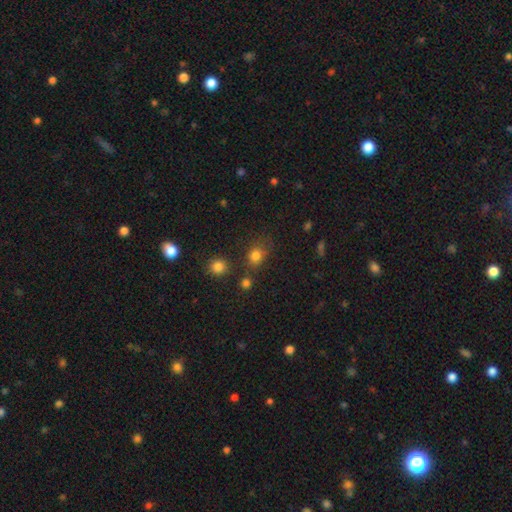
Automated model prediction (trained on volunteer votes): Morphology: type=smooth (79%); roundness=round (63%); merging=none (63%).